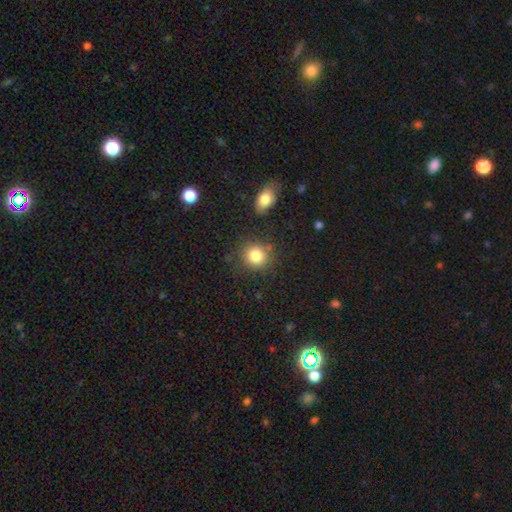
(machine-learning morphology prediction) smooth 84%, star or artifact 10%, featured or disk 6%. Down the decision tree: how rounded — round (84%); merging — none (79%).